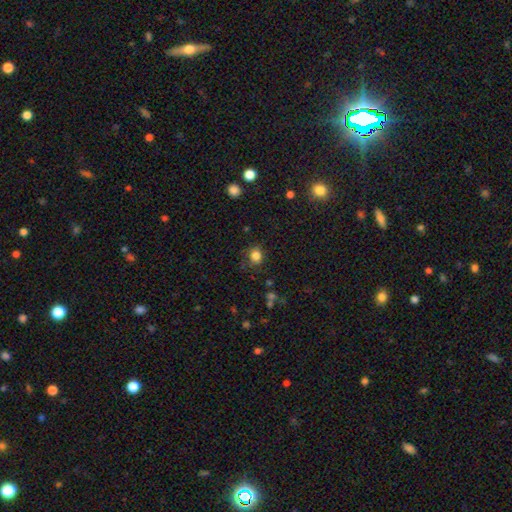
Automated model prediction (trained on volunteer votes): smooth 83%, star or artifact 12%, featured or disk 5%. Down the decision tree: how rounded — round (73%); merging — none (78%).